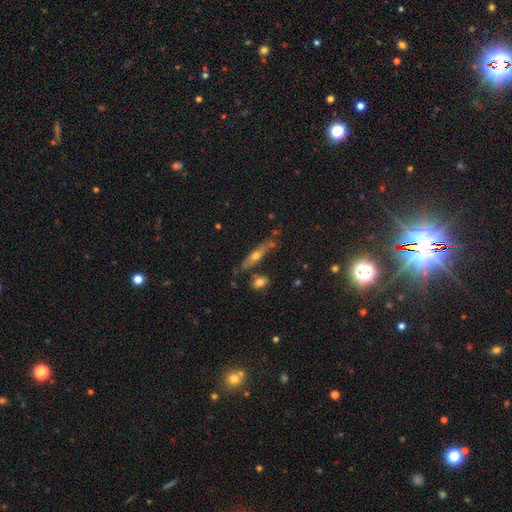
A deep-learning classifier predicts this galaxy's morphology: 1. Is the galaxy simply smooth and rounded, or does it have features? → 47% featured or disk, 46% smooth, 7% star or artifact.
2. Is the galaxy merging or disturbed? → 64% none, 20% minor disturbance, 10% merger, 5% major disturbance.